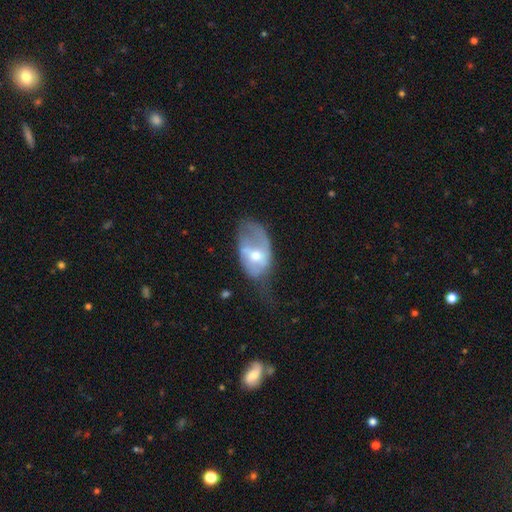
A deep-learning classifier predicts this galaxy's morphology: Smooth or featured?
  - featured or disk: 51% *
  - smooth: 42%
  - star or artifact: 7%
Edge-on disk?
  - no: 93% *
  - yes: 7%
Merging?
  - major disturbance: 40% *
  - minor disturbance: 31%
  - none: 24%
  - merger: 5%